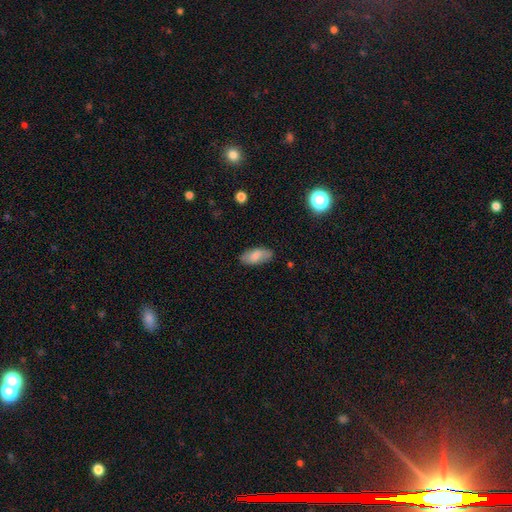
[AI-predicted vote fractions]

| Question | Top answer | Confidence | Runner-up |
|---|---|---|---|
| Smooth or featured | smooth | 79% | featured or disk (14%) |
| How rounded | in between | 90% | cigar-shaped (8%) |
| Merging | none | 79% | minor disturbance (16%) |